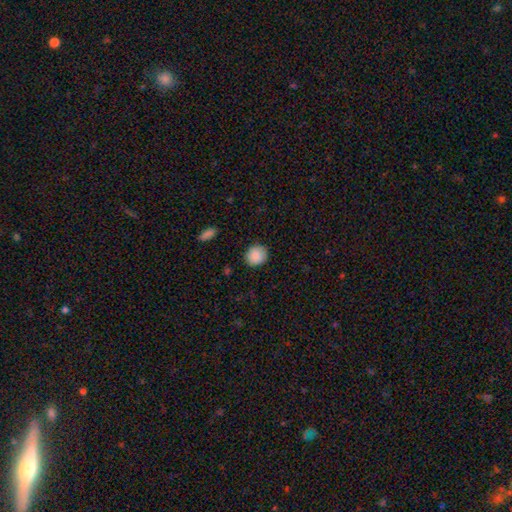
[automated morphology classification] A smooth galaxy with no disk features (88%) that is round (83%).

Vote fractions:
- Smooth or featured? smooth: 88% / star or artifact: 8% / featured or disk: 5%
- How rounded? round: 83% / in between: 16% / cigar-shaped: 1%
- Merging? none: 88% / minor disturbance: 9% / major disturbance: 2% / merger: 1%